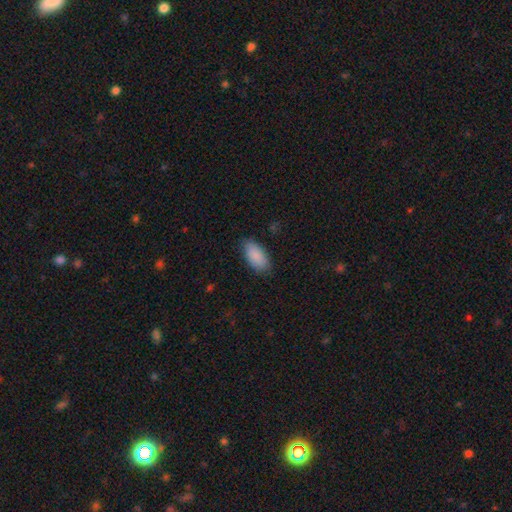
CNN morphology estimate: The model was most divided on "merging": none: 83%, minor disturbance: 13%, major disturbance: 3%, merger: 1%. More confident: how rounded — in between (93%); smooth or featured — smooth (89%).